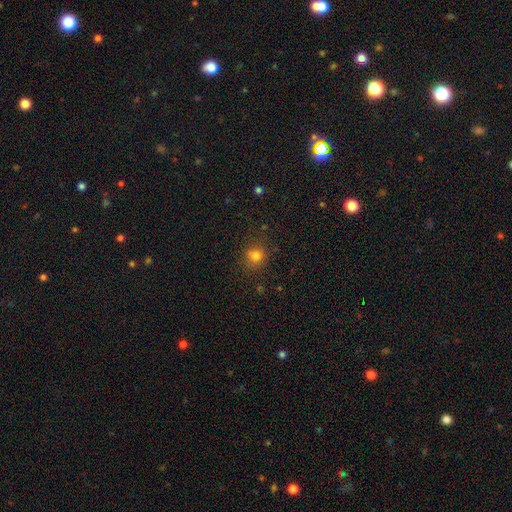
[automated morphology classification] The model was most divided on "smooth or featured": smooth: 78%, star or artifact: 15%, featured or disk: 7%. More confident: how rounded — round (82%); merging — none (77%).